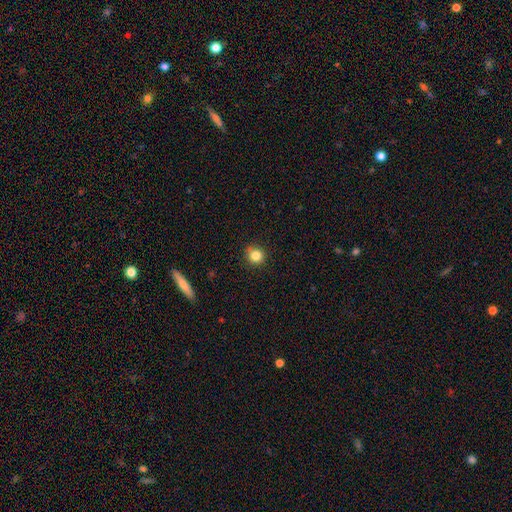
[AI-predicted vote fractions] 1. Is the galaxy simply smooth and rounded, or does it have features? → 83% smooth, 12% star or artifact, 6% featured or disk.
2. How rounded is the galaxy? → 90% round, 9% in between, 1% cigar-shaped.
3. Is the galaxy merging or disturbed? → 87% none, 10% minor disturbance, 2% major disturbance, 1% merger.